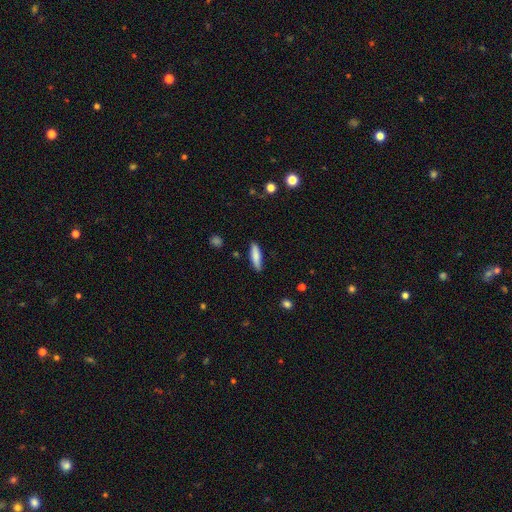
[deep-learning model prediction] A smooth galaxy with no disk features (82%) that is cigar-shaped (71%). Merging: none (86%).